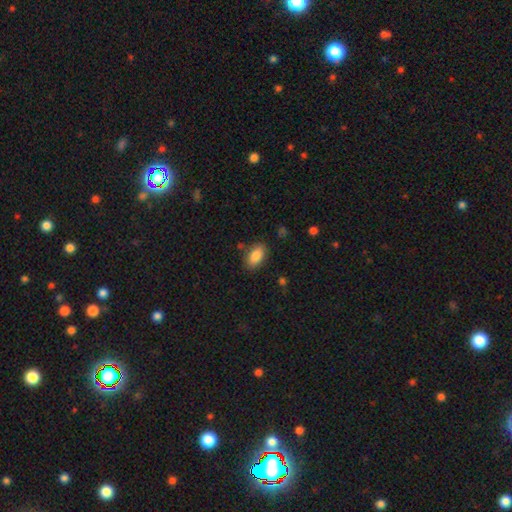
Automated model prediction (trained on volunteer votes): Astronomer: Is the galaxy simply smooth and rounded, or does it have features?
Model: smooth — 86%.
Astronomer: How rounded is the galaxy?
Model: in between — 91%.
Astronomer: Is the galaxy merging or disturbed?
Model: none — 83%.